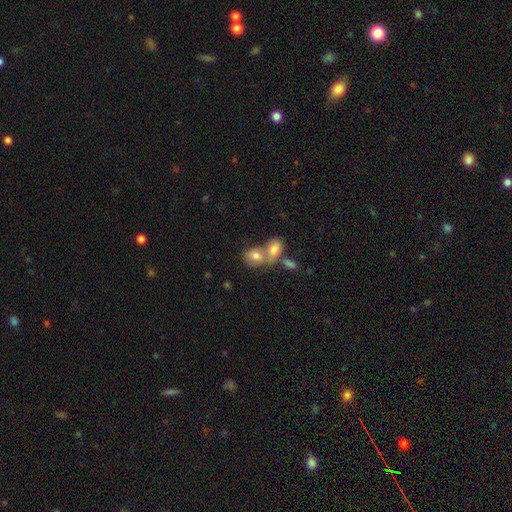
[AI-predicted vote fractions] Morphology: type=smooth (76%); roundness=in between (64%); merging=merger (65%).